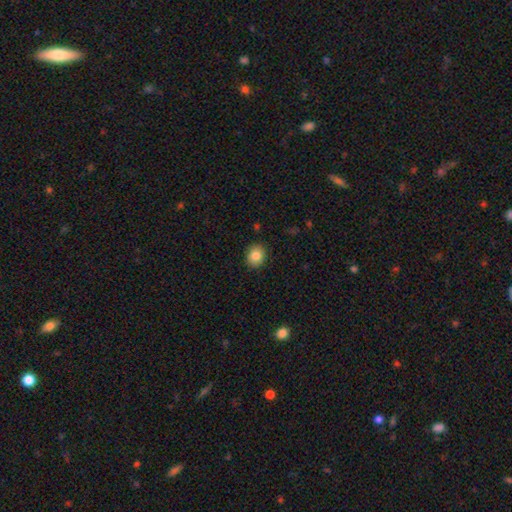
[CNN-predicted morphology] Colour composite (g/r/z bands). It shows a smooth galaxy with no disk features (84%) that is round (67%). Merging: none (90%).